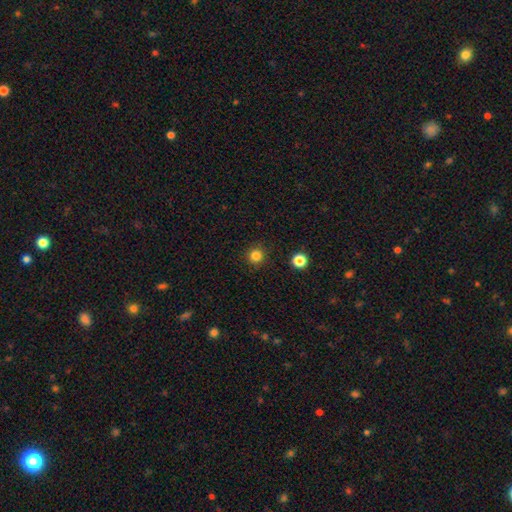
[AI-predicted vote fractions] A smooth galaxy with no disk features (83%) that is round (95%).

Vote fractions:
- Smooth or featured? smooth: 83% / star or artifact: 13% / featured or disk: 4%
- How rounded? round: 95% / in between: 4% / cigar-shaped: 1%
- Merging? none: 92% / minor disturbance: 5% / major disturbance: 2% / merger: 1%